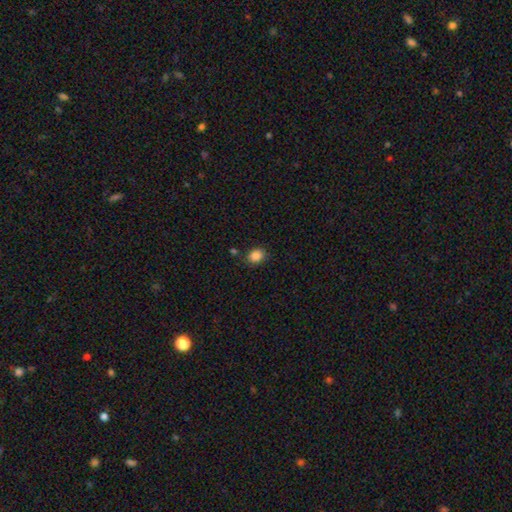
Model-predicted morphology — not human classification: This appears to be a smooth galaxy with no disk features (86%) that is round (53%). Merging: none (81%).